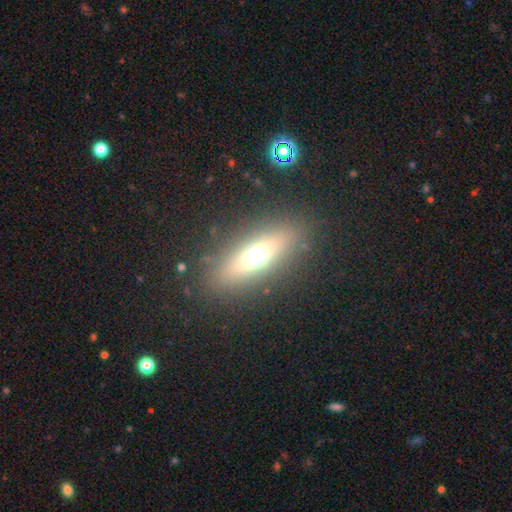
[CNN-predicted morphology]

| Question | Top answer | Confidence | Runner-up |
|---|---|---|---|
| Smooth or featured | smooth | 49% | featured or disk (34%) |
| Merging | none | 85% | minor disturbance (9%) |